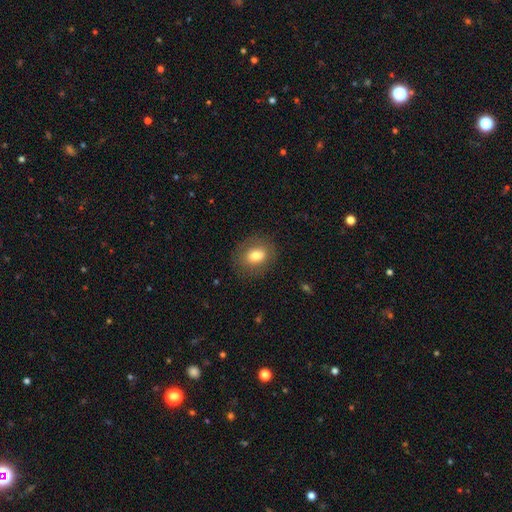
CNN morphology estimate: This appears to be a smooth galaxy with no disk features (74%) that is in between round and cigar-shaped (54%). Merging: none (81%).